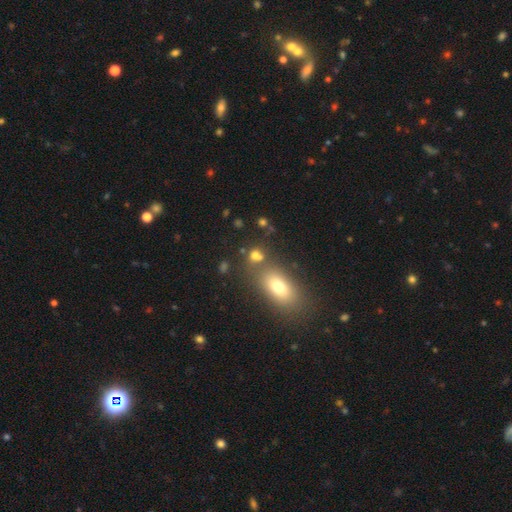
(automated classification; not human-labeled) smooth_or_featured: smooth (p=0.72) [alt: star or artifact p=0.17]
how_rounded: round (p=0.56) [alt: in between p=0.41]
merging: none (p=0.57) [alt: merger p=0.27]